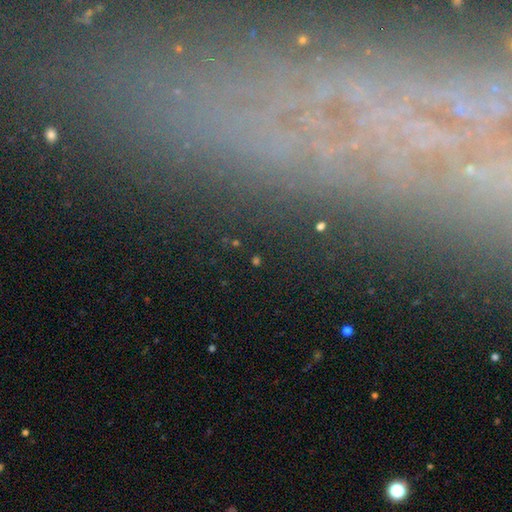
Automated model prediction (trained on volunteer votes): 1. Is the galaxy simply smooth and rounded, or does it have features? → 43% star or artifact, 37% featured or disk, 20% smooth.